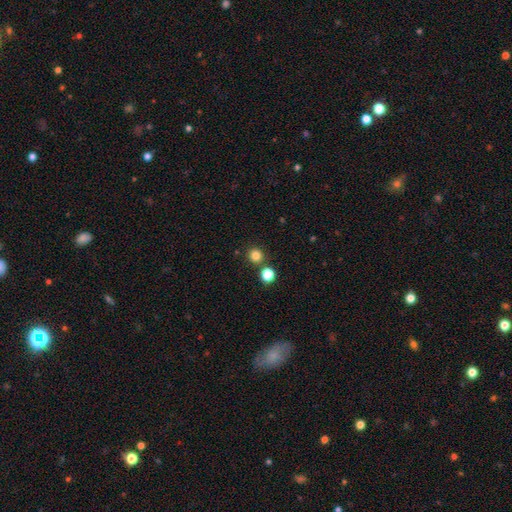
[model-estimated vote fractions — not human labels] This is clearly a smooth galaxy (81%). How rounded: clearly round (92%). Merging: clearly none (81%).